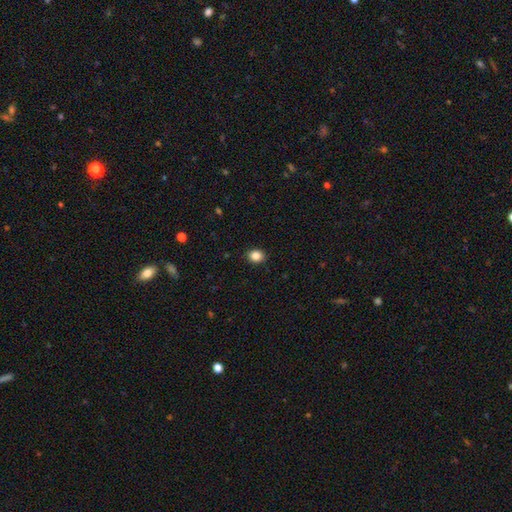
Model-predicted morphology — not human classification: Smooth or featured? Predicted: smooth (p=0.86). How rounded? Predicted: round (p=0.57). Merging? Predicted: none (p=0.89).